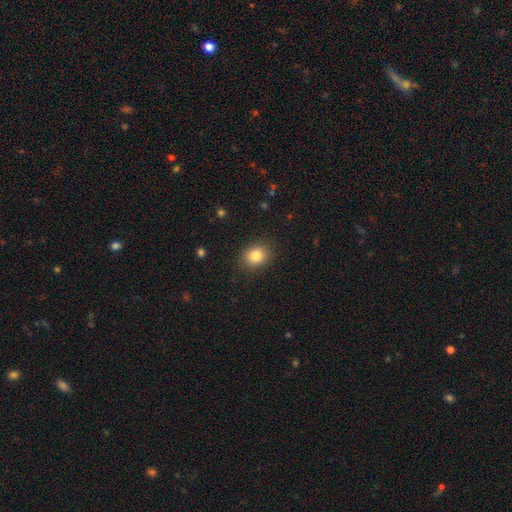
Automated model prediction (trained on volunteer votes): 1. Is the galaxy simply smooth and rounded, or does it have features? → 83% smooth, 10% star or artifact, 7% featured or disk.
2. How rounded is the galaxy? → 56% round, 43% in between, 1% cigar-shaped.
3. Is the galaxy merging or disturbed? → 88% none, 8% minor disturbance, 3% major disturbance, 1% merger.